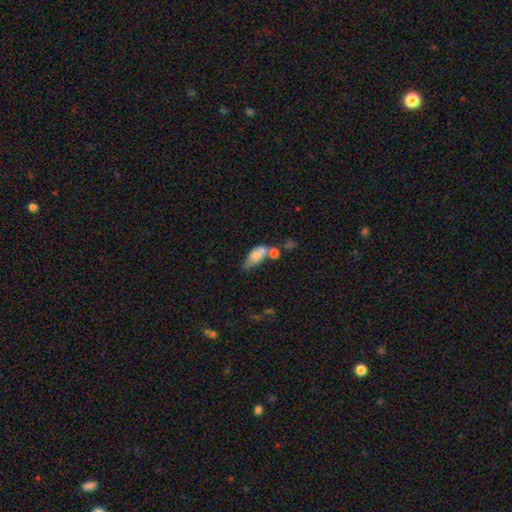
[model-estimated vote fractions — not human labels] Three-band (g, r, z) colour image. It shows a smooth galaxy with no disk features (68%) that is in between round and cigar-shaped (80%). Merging: merger (41%).